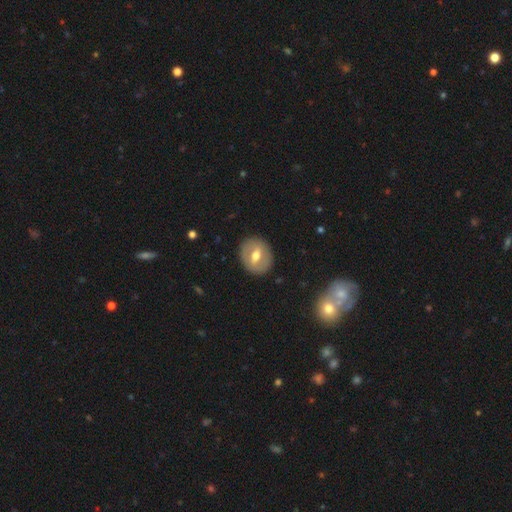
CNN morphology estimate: Smooth or featured? featured or disk (51%)
Edge-on disk? no (91%)
Merging? none (86%)